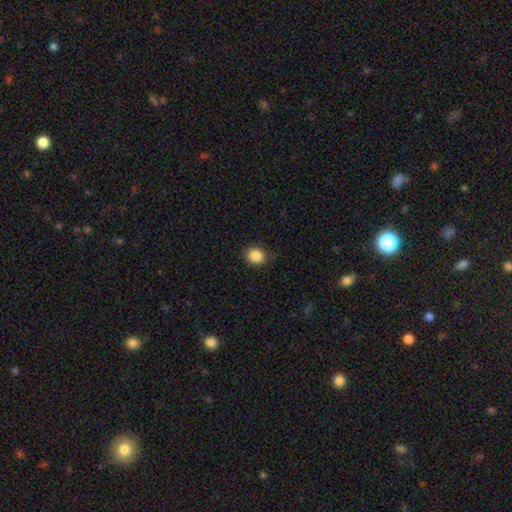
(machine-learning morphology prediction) Smooth or featured? smooth (87%)
How rounded? round (75%)
Merging? none (82%)